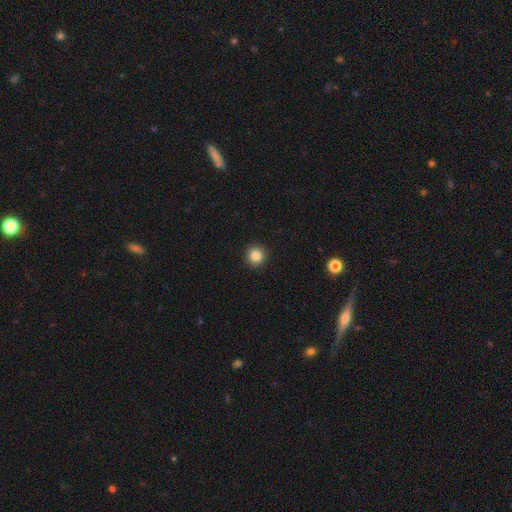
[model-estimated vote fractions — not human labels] smooth-or-featured: smooth: 85% | star or artifact: 11% | featured or disk: 4%
  how-rounded: round: 94% | in between: 5% | cigar-shaped: 1%
  merging: none: 92% | minor disturbance: 5% | major disturbance: 2% | merger: 1%